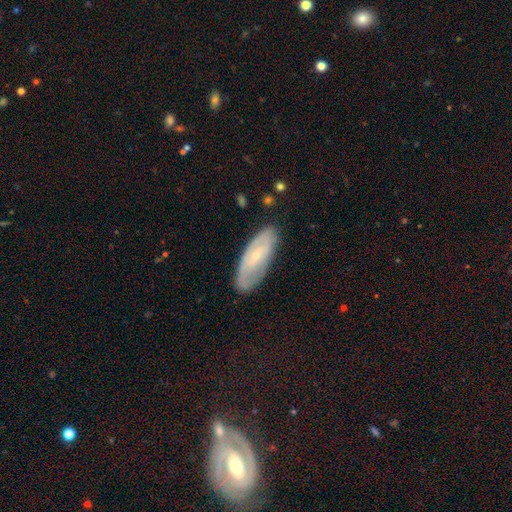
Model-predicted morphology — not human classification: This is possibly a featured or disk galaxy (58%). It is clearly not viewed edge-on (82%). Merging: likely none (79%).